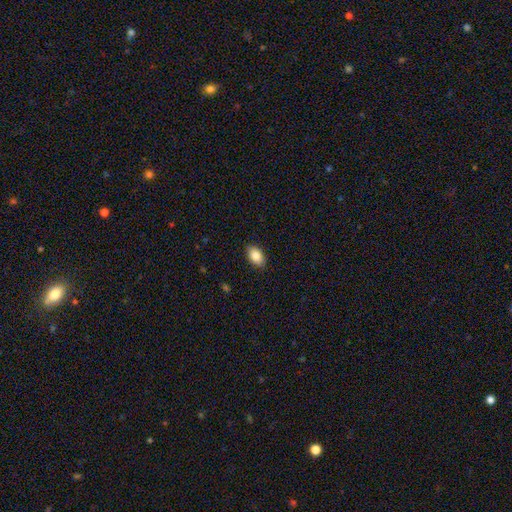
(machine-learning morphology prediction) This is clearly a smooth galaxy (86%). How rounded: clearly in between (90%). Merging: clearly none (89%).